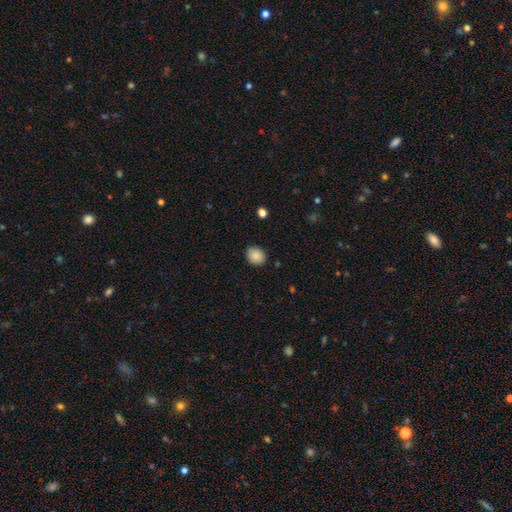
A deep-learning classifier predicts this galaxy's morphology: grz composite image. It shows a smooth galaxy with no disk features (88%) that is round (55%). Merging: none (86%).